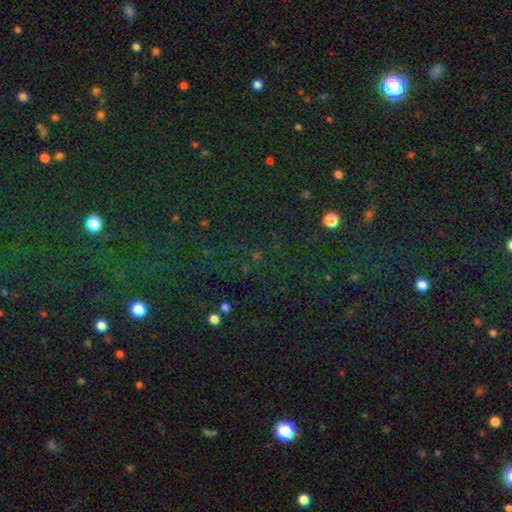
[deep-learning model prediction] Overall: star or artifact (74%).